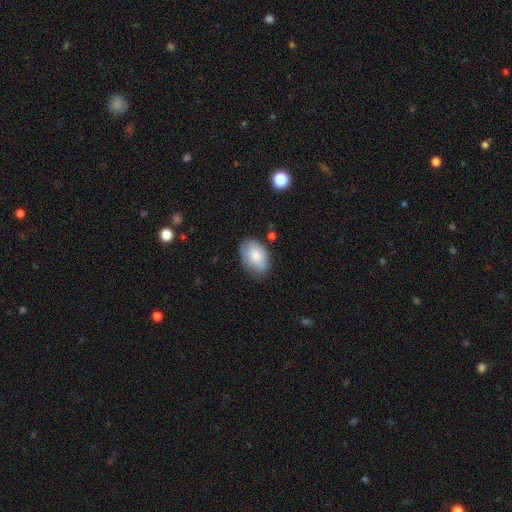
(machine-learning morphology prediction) type=smooth (82%); roundness=in between (85%); merging=none (65%).